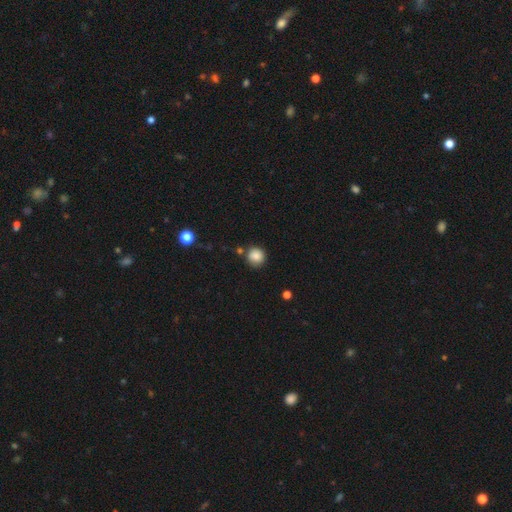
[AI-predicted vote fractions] Overall: smooth (86%). How rounded: round (93%). Merging: none (79%).